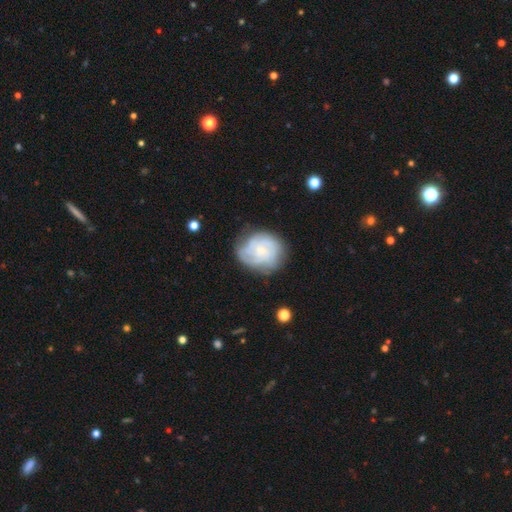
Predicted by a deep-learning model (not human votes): Q: Smooth or featured?
A: featured or disk (67%); runner-up: smooth (26%)
Q: Edge-on disk?
A: no (98%); runner-up: yes (2%)
Q: Bar?
A: no (68%); runner-up: weak (28%)
Q: Spiral arms?
A: yes (89%); runner-up: no (11%)
Q: Spiral winding?
A: tight (61%); runner-up: medium (30%)
Q: Spiral arm count?
A: can't tell (39%); runner-up: 3 (22%)
Q: Bulge size?
A: small (60%); runner-up: none (19%)
Q: Merging?
A: none (69%); runner-up: minor disturbance (21%)